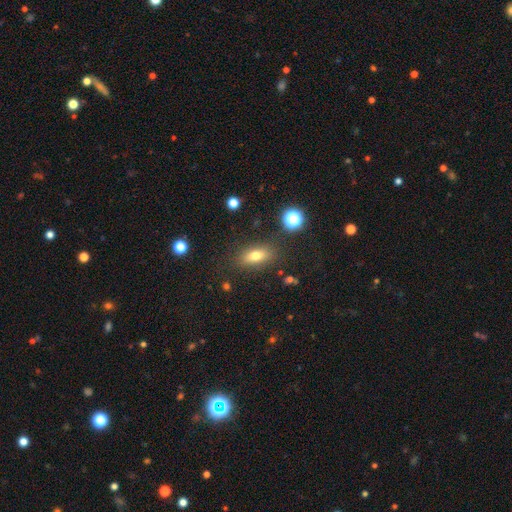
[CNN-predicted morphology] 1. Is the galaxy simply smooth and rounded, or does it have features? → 71% smooth, 16% featured or disk, 13% star or artifact.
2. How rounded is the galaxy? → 73% in between, 16% cigar-shaped, 11% round.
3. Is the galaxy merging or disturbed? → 82% none, 11% minor disturbance, 4% major disturbance, 3% merger.